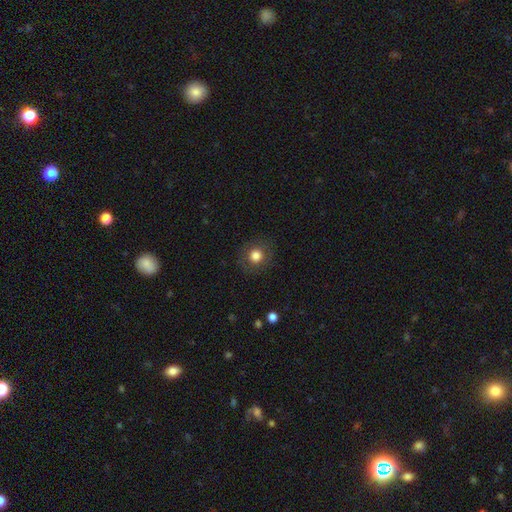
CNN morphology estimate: Q: Smooth or featured?
A: smooth (79%); runner-up: featured or disk (11%)
Q: How rounded?
A: round (88%); runner-up: in between (11%)
Q: Merging?
A: none (87%); runner-up: minor disturbance (8%)